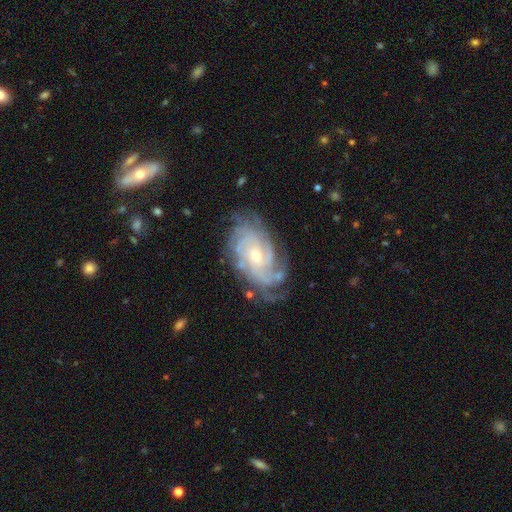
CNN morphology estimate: smooth_or_featured: featured or disk (p=0.88) [alt: smooth p=0.06]
disk_edge_on: no (p=0.96) [alt: yes p=0.04]
bar: no (p=0.70) [alt: weak p=0.24]
has_spiral_arms: yes (p=0.97) [alt: no p=0.03]
spiral_winding: tight (p=0.72) [alt: medium p=0.23]
spiral_arm_count: 4 (p=0.27) [alt: can't tell p=0.26]
bulge_size: small (p=0.61) [alt: moderate p=0.35]
merging: none (p=0.73) [alt: minor disturbance p=0.18]